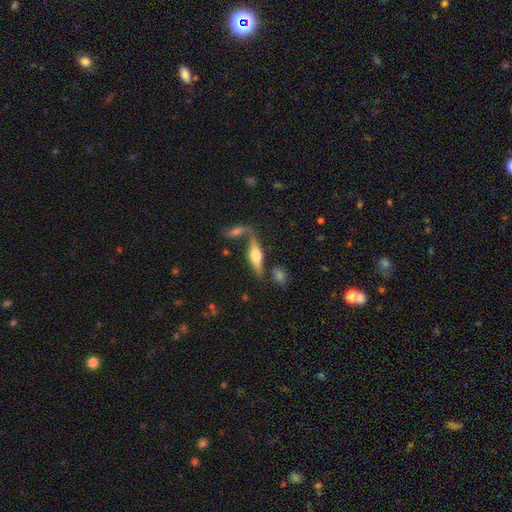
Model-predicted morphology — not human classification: smooth-or-featured: featured or disk: 56% | smooth: 37% | star or artifact: 7%
  disk-edge-on: yes: 88% | no: 12%
  merging: none: 62% | merger: 19% | minor disturbance: 13% | major disturbance: 6%